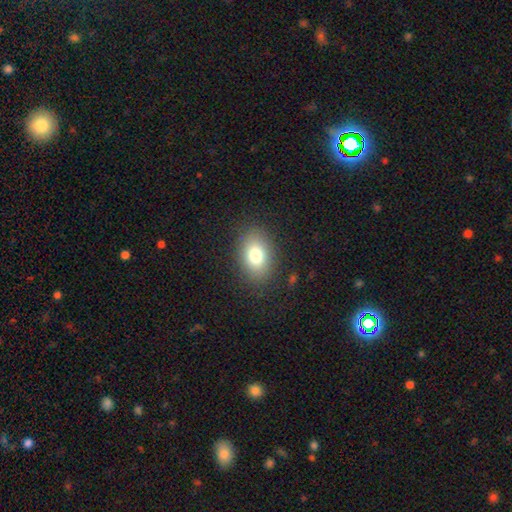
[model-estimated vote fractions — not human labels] This appears to be a smooth galaxy with no disk features (78%) that is in between round and cigar-shaped (78%). Merging: none (85%).